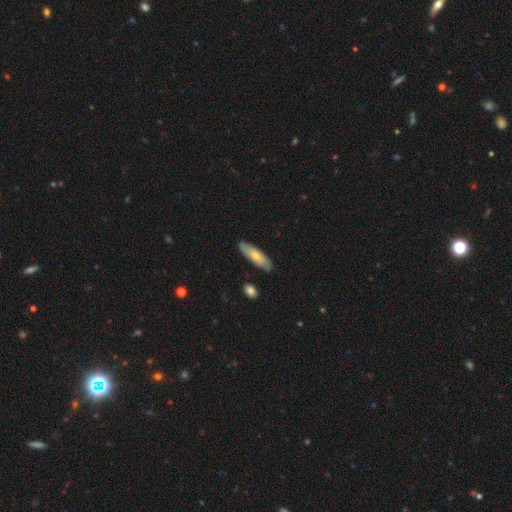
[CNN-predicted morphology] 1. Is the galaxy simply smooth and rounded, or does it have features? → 61% smooth, 34% featured or disk, 5% star or artifact.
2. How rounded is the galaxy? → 53% cigar-shaped, 46% in between, 2% round.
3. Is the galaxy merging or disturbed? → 82% none, 14% minor disturbance, 2% major disturbance, 2% merger.